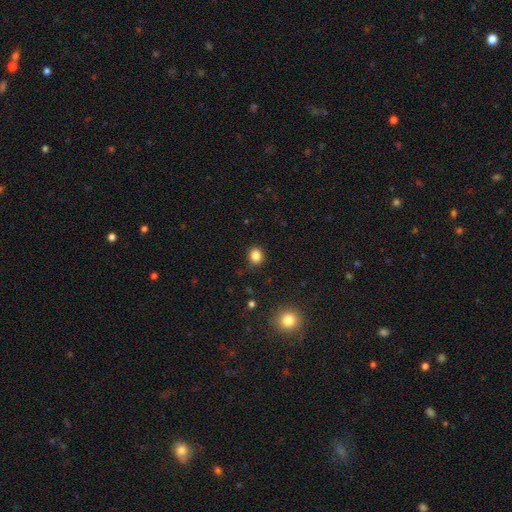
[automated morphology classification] smooth 84%, star or artifact 12%, featured or disk 4%. Down the decision tree: how rounded — round (72%); merging — none (86%).